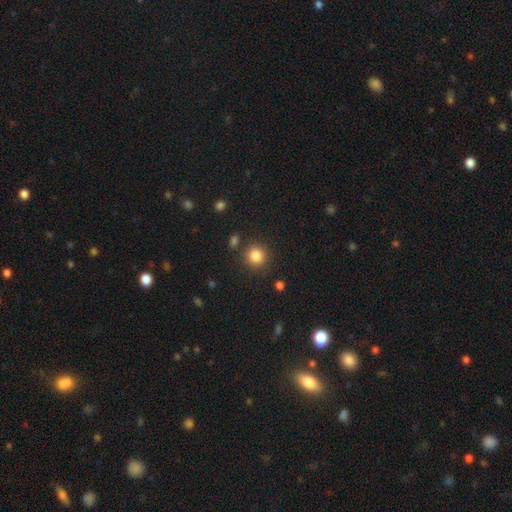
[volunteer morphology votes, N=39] Overall: smooth (87%). How rounded: round (91%). Merging: none (89%).